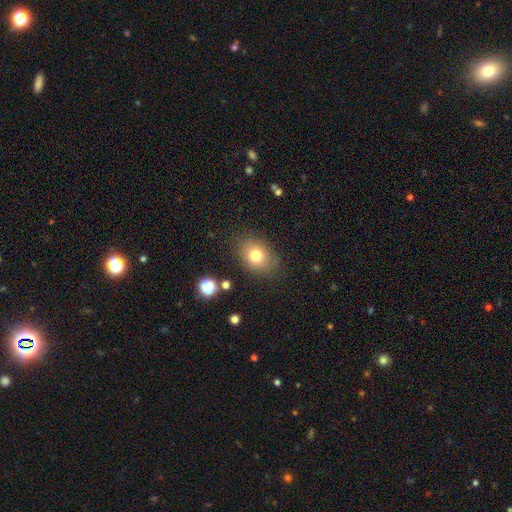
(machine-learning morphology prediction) Smooth or featured?
  - smooth: 77% *
  - star or artifact: 12%
  - featured or disk: 11%
How rounded?
  - in between: 63% *
  - round: 36%
  - cigar-shaped: 1%
Merging?
  - none: 81% *
  - minor disturbance: 13%
  - major disturbance: 4%
  - merger: 2%